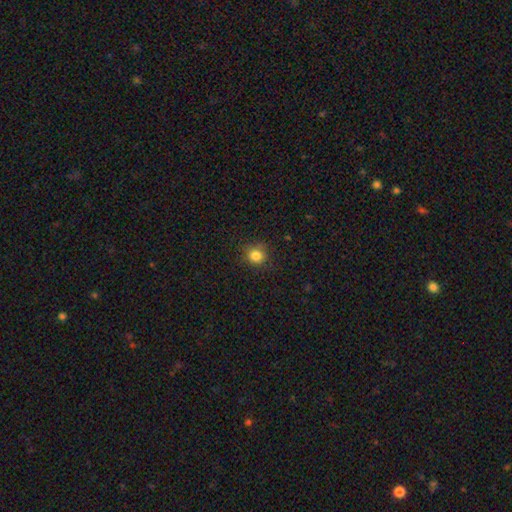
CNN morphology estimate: Smooth or featured: smooth — 83% (star or artifact — 12%)
How rounded: round — 88% (in between — 11%)
Merging: none — 83% (minor disturbance — 12%)